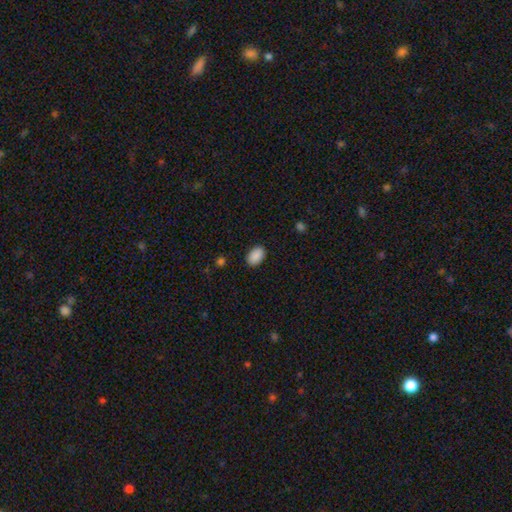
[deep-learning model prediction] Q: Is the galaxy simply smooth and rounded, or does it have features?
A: smooth — 90%.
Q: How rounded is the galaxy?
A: in between — 88%.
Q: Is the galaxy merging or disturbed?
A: none — 88%.